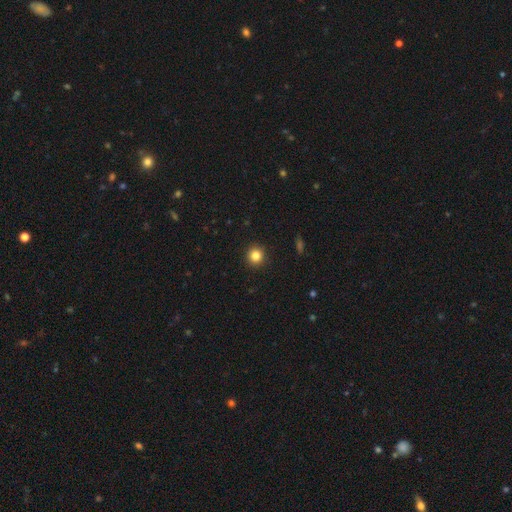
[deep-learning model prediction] This appears to be a smooth galaxy with no disk features (83%) that is round (93%). Merging: none (93%).